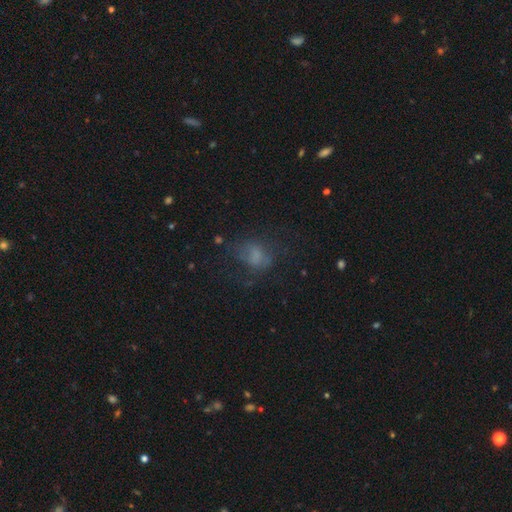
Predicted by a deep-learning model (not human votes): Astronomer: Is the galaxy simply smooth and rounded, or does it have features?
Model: smooth — 54%.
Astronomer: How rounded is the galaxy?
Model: in between — 68%.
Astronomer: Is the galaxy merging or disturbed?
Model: none — 45% (runner-up: major disturbance, 30%).